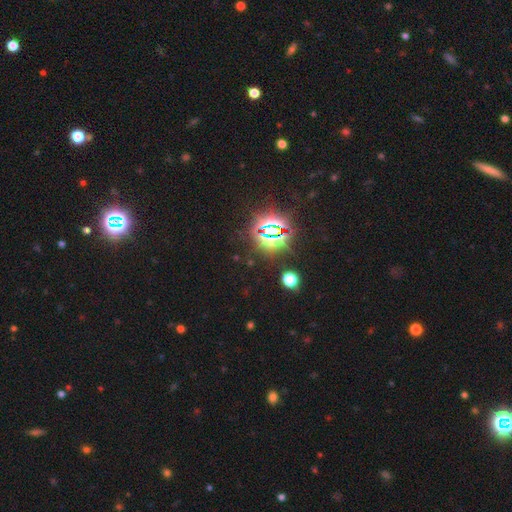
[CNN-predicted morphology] Smooth or featured: star or artifact — 80% (smooth — 13%)